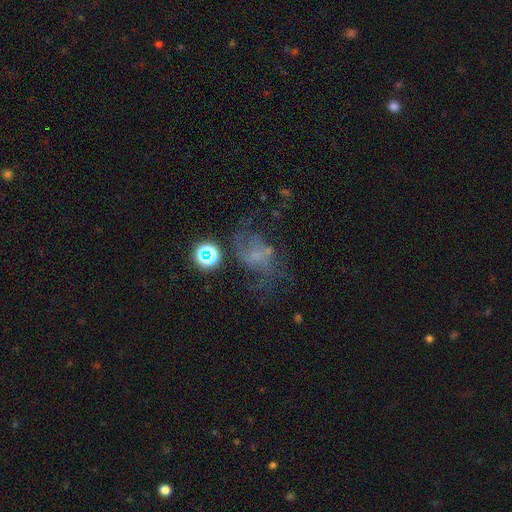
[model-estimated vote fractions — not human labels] smooth_or_featured: featured or disk (p=0.50) [alt: star or artifact p=0.25]
merging: none (p=0.40) [alt: major disturbance p=0.33]